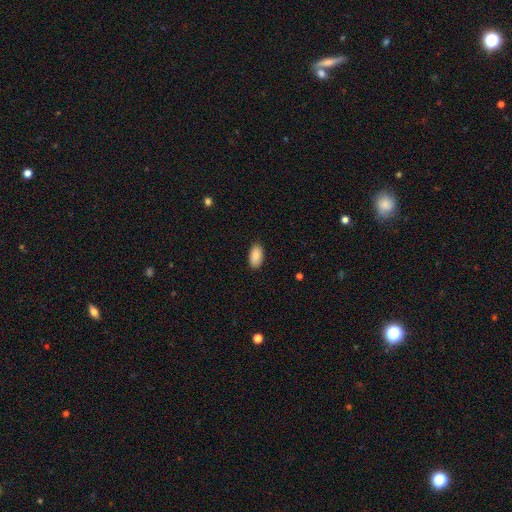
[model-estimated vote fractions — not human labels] smooth-or-featured: smooth: 87% | star or artifact: 7% | featured or disk: 6%
  how-rounded: in between: 95% | round: 3% | cigar-shaped: 2%
  merging: none: 88% | minor disturbance: 9% | major disturbance: 2% | merger: 1%